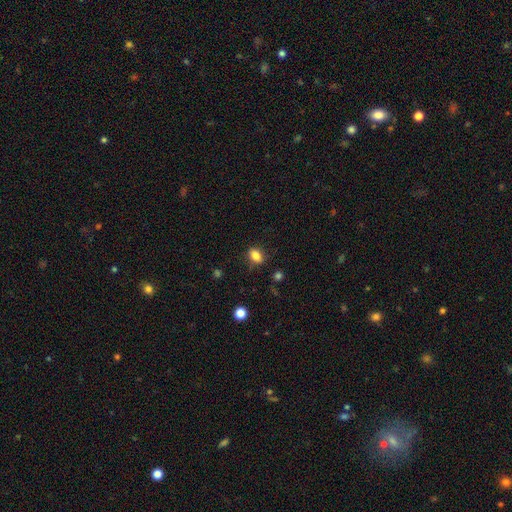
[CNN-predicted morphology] smooth_or_featured: smooth (p=0.84) [alt: star or artifact p=0.10]
how_rounded: in between (p=0.78) [alt: round p=0.19]
merging: none (p=0.80) [alt: minor disturbance p=0.14]